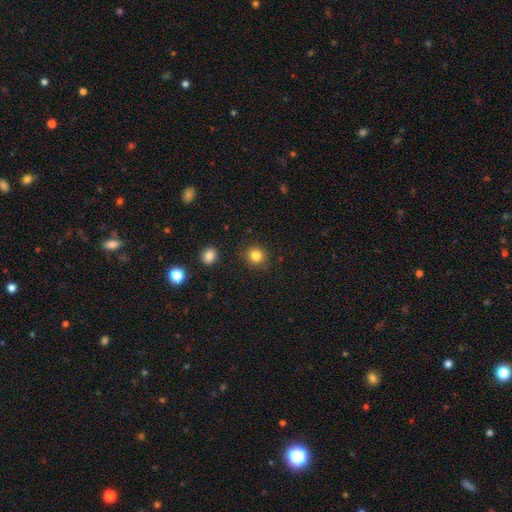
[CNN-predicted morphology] A smooth galaxy with no disk features (84%) that is round (91%). Merging: none (89%).